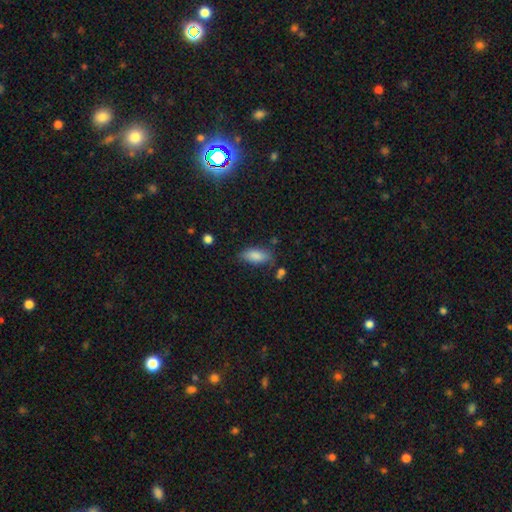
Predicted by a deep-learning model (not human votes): Q: Smooth or featured?
A: smooth (85%); runner-up: featured or disk (8%)
Q: How rounded?
A: in between (85%); runner-up: cigar-shaped (13%)
Q: Merging?
A: none (73%); runner-up: minor disturbance (18%)